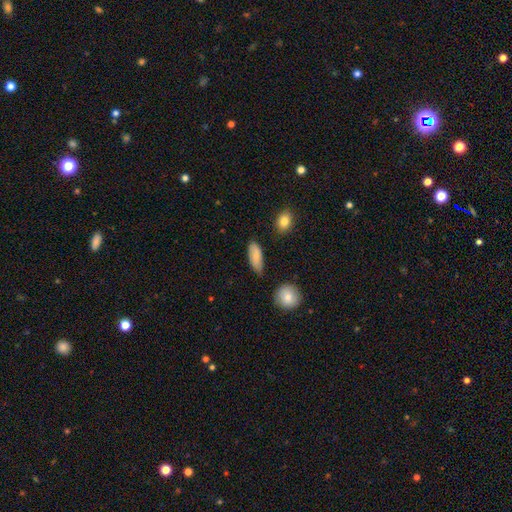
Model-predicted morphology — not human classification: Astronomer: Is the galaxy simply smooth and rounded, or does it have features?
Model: smooth — 76%.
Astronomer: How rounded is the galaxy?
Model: in between — 81%.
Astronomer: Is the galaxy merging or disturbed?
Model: none — 73%.